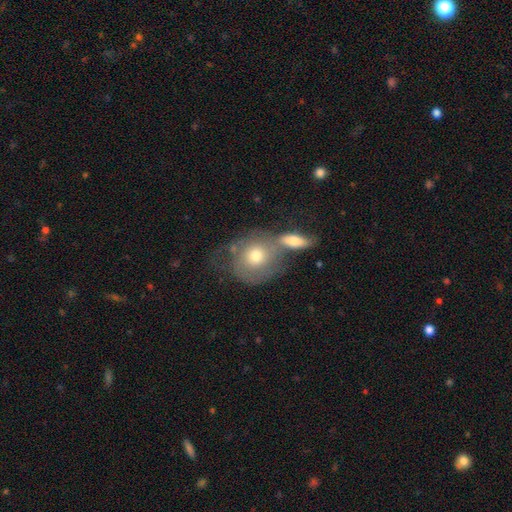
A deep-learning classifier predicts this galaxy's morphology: smooth-or-featured: smooth: 52% | featured or disk: 40% | star or artifact: 8%
  how-rounded: round: 75% | in between: 24% | cigar-shaped: 2%
  merging: merger: 42% | none: 33% | minor disturbance: 15% | major disturbance: 10%